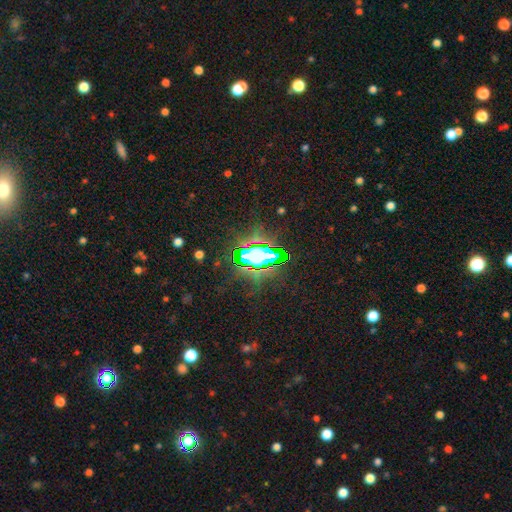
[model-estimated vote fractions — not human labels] Morphology: type=star or artifact (69%).